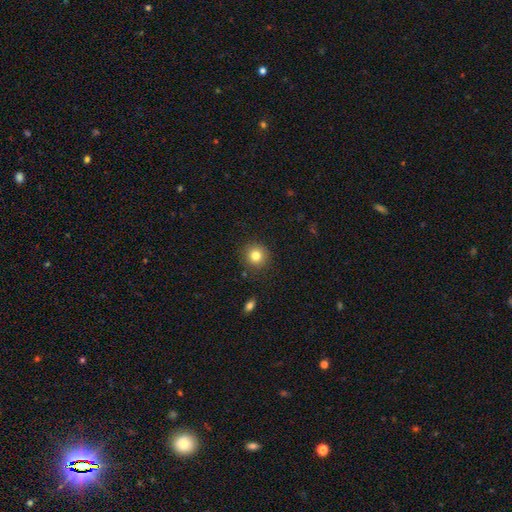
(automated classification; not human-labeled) Smooth or featured? smooth (81%)
How rounded? round (93%)
Merging? none (89%)